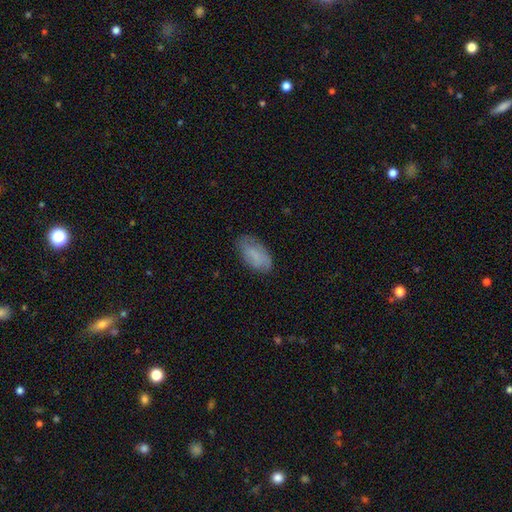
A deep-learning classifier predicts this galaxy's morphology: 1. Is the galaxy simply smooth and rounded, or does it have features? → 71% smooth, 21% featured or disk, 8% star or artifact.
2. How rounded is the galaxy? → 93% in between, 4% cigar-shaped, 3% round.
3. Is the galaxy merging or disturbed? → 71% none, 22% minor disturbance, 6% major disturbance, 1% merger.